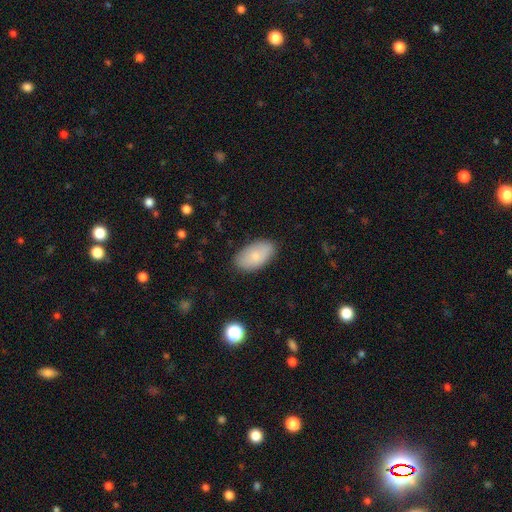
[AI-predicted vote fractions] Morphology: type=smooth (80%); roundness=in between (94%); merging=none (84%).